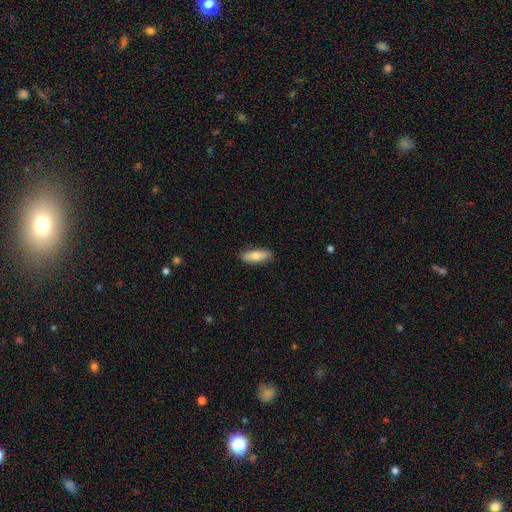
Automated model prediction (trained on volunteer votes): smooth-or-featured: smooth: 76% | featured or disk: 18% | star or artifact: 6%
  how-rounded: in between: 60% | cigar-shaped: 38% | round: 2%
  merging: none: 87% | minor disturbance: 10% | major disturbance: 2% | merger: 1%